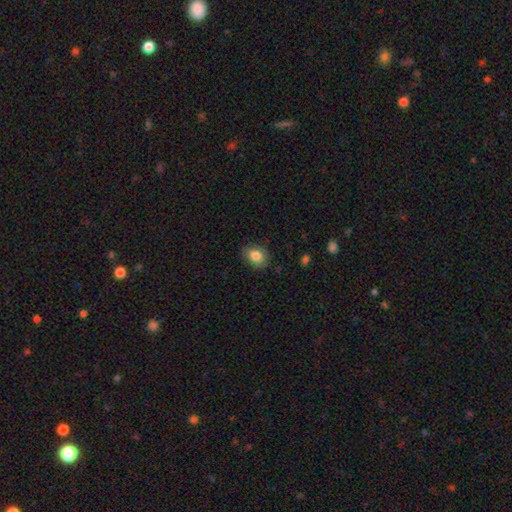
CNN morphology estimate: Smooth or featured? Predicted: smooth (p=0.82). How rounded? Predicted: in between (p=0.69). Merging? Predicted: none (p=0.81).